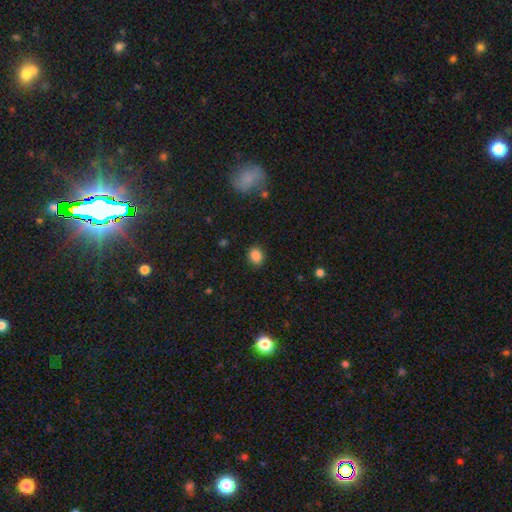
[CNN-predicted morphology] Q: Smooth or featured?
A: smooth (86%); runner-up: star or artifact (11%)
Q: How rounded?
A: round (59%); runner-up: in between (40%)
Q: Merging?
A: none (87%); runner-up: minor disturbance (9%)